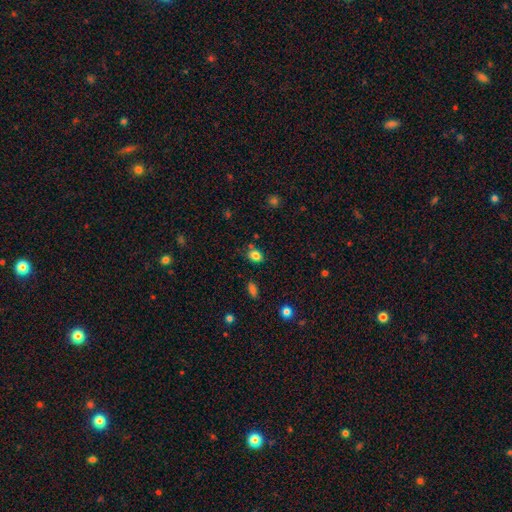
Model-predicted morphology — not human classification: Smooth or featured? Predicted: smooth (p=0.81). How rounded? Predicted: in between (p=0.62). Merging? Predicted: none (p=0.75).